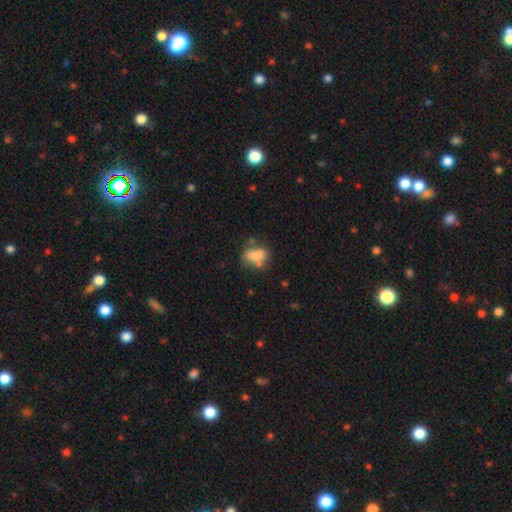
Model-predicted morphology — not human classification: This is likely a smooth galaxy (65%). How rounded: likely in between (67%). Merging: marginally none (42%).